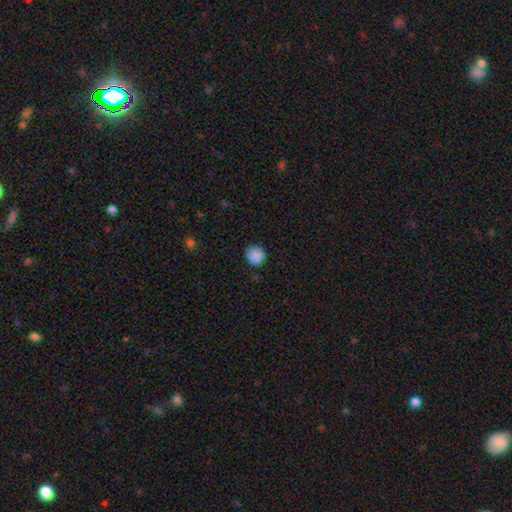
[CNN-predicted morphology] smooth_or_featured: smooth (p=0.88) [alt: star or artifact p=0.09]
how_rounded: round (p=0.89) [alt: in between p=0.10]
merging: none (p=0.84) [alt: minor disturbance p=0.12]